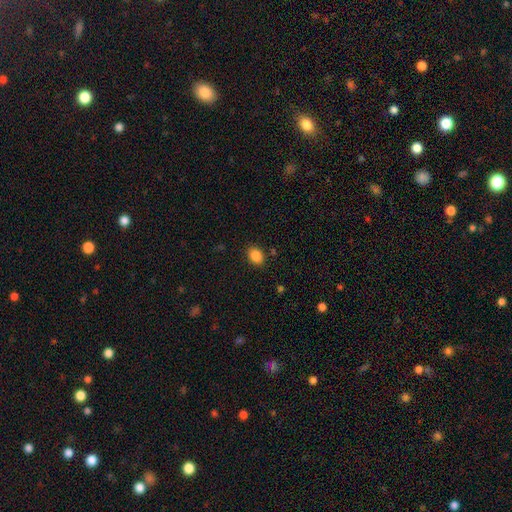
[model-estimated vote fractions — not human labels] This is clearly a smooth galaxy (87%). How rounded: likely in between (61%). Merging: clearly none (86%).